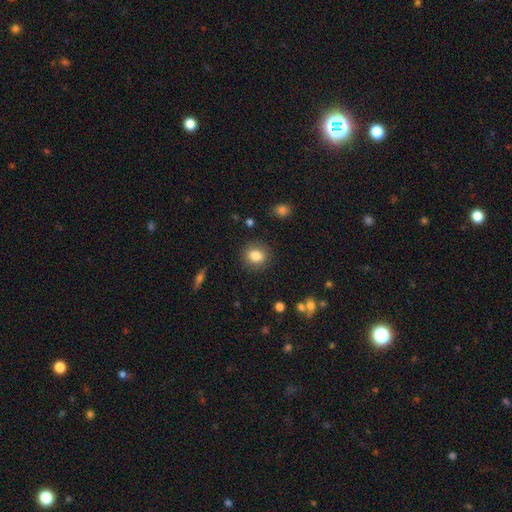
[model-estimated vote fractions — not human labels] This appears to be a smooth galaxy with no disk features (84%) that is round (68%). Merging: none (87%).